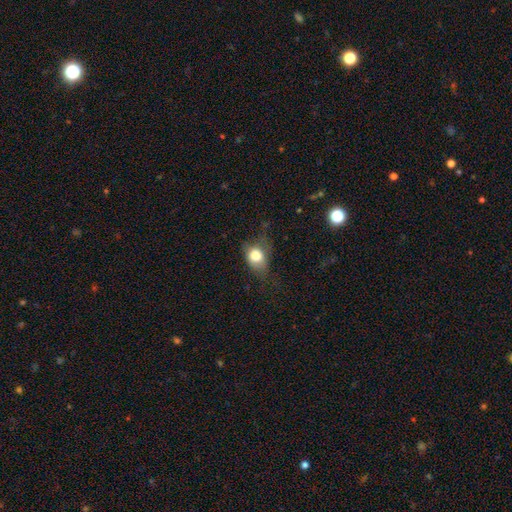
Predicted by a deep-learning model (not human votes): Smooth or featured: smooth — 79% (featured or disk — 12%)
How rounded: in between — 59% (round — 39%)
Merging: none — 46% (minor disturbance — 33%)